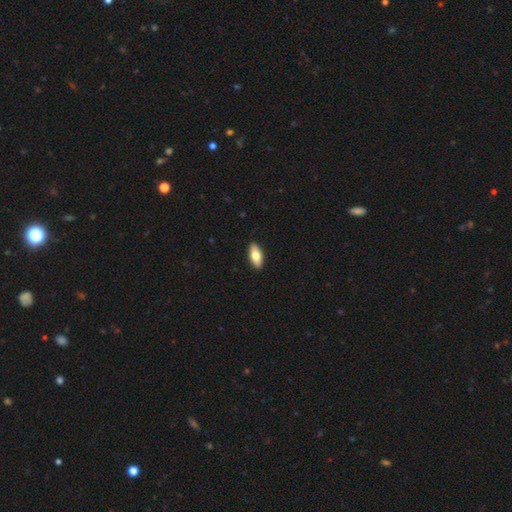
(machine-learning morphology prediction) Smooth or featured: smooth — 73% (featured or disk — 22%)
How rounded: in between — 83% (cigar-shaped — 14%)
Merging: none — 91% (minor disturbance — 7%)